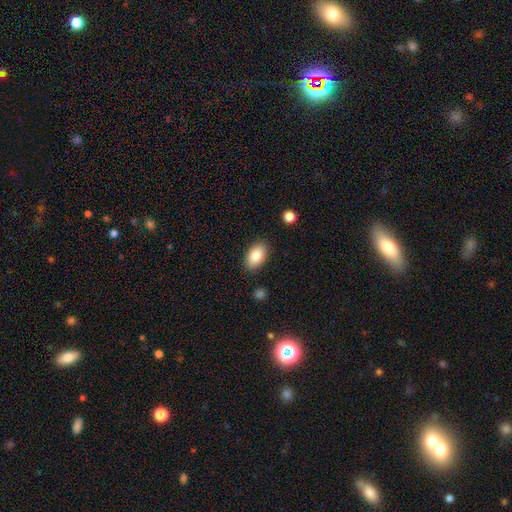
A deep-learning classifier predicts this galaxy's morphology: Overall: smooth (87%). How rounded: in between (93%). Merging: none (86%).